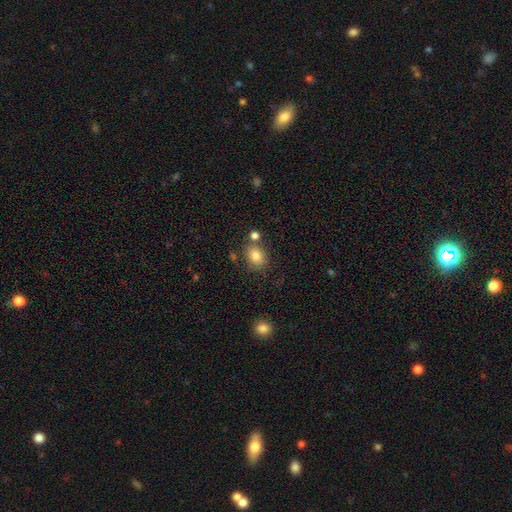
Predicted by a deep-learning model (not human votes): Smooth or featured? Predicted: smooth (p=0.82). How rounded? Predicted: in between (p=0.52). Merging? Predicted: none (p=0.70).